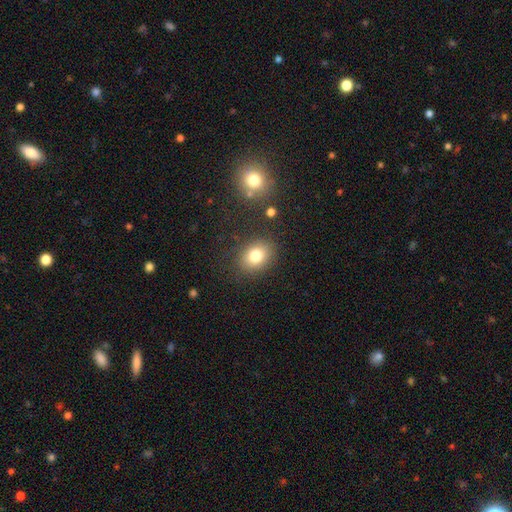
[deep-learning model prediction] Q: Smooth or featured?
A: smooth (79%); runner-up: star or artifact (12%)
Q: How rounded?
A: in between (50%); runner-up: round (49%)
Q: Merging?
A: none (84%); runner-up: minor disturbance (10%)